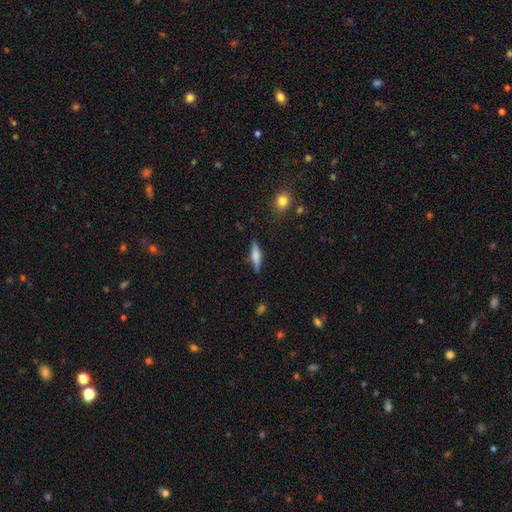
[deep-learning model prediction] Smooth or featured?
  - smooth: 57% *
  - featured or disk: 36%
  - star or artifact: 7%
How rounded?
  - cigar-shaped: 76% *
  - in between: 22%
  - round: 2%
Merging?
  - none: 86% *
  - minor disturbance: 10%
  - major disturbance: 2%
  - merger: 2%